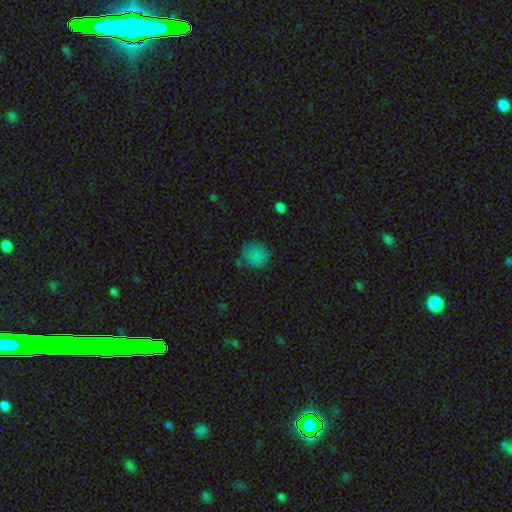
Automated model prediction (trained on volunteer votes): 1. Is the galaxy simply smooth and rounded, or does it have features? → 81% smooth, 12% star or artifact, 7% featured or disk.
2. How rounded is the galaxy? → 88% round, 11% in between, 1% cigar-shaped.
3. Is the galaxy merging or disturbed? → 71% none, 19% minor disturbance, 6% major disturbance, 4% merger.